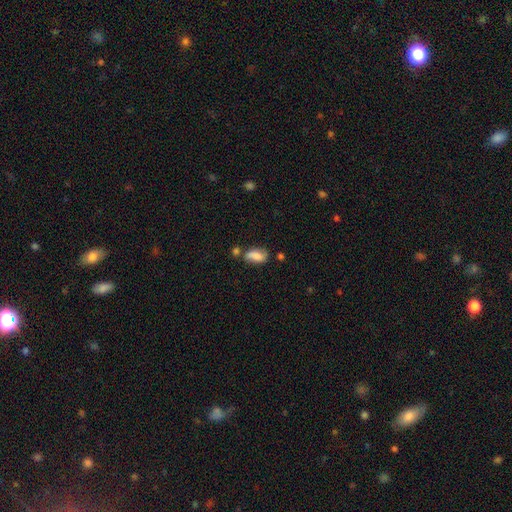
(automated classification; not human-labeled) smooth 69%, featured or disk 22%, star or artifact 9%. Down the decision tree: how rounded — in between (88%); merging — none (54%).